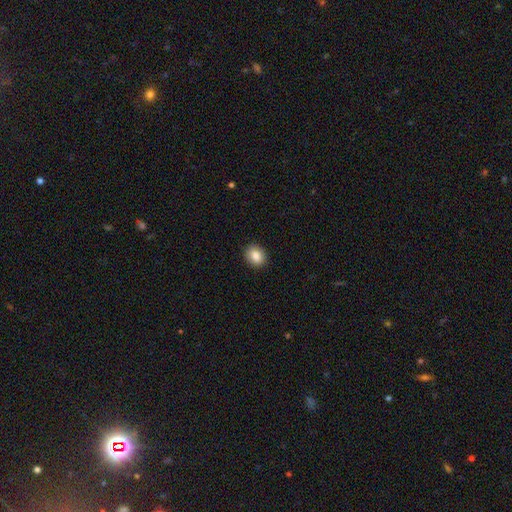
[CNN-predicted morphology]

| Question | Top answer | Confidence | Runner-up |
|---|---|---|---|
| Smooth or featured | smooth | 85% | star or artifact (8%) |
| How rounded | round | 62% | in between (37%) |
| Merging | none | 91% | minor disturbance (7%) |